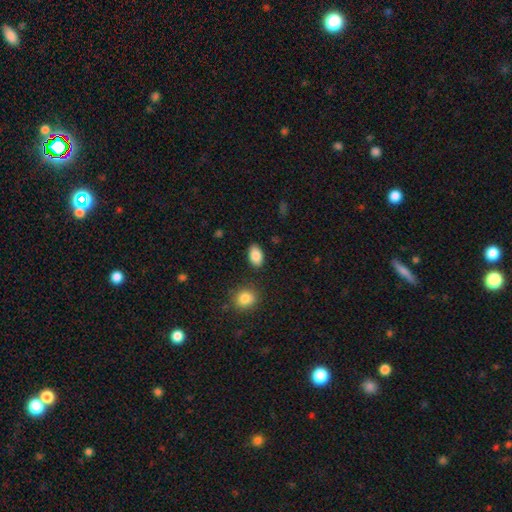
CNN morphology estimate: Smooth or featured? smooth (88%)
How rounded? in between (91%)
Merging? none (85%)